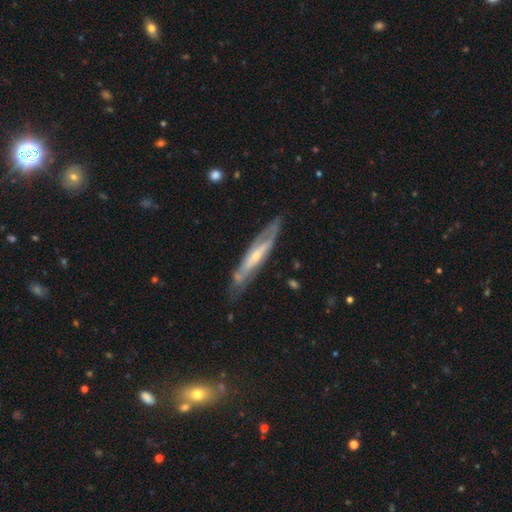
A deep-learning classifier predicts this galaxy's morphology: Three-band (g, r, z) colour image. It shows a featured or disk galaxy (74%) viewed edge-on (58%). Merging: none (70%).